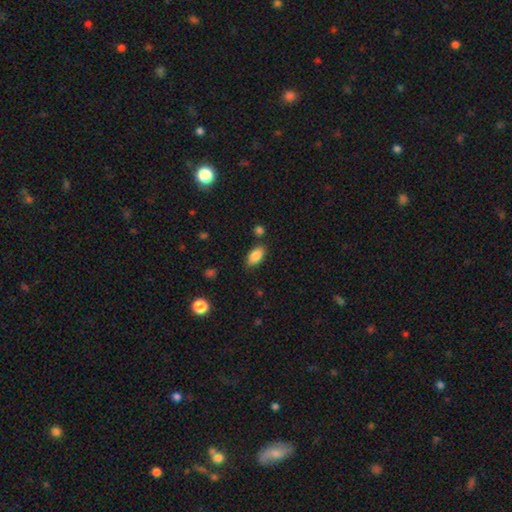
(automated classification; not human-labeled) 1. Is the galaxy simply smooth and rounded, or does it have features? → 87% smooth, 8% star or artifact, 5% featured or disk.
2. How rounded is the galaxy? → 91% in between, 5% cigar-shaped, 4% round.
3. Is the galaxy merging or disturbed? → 81% none, 12% minor disturbance, 4% merger, 3% major disturbance.